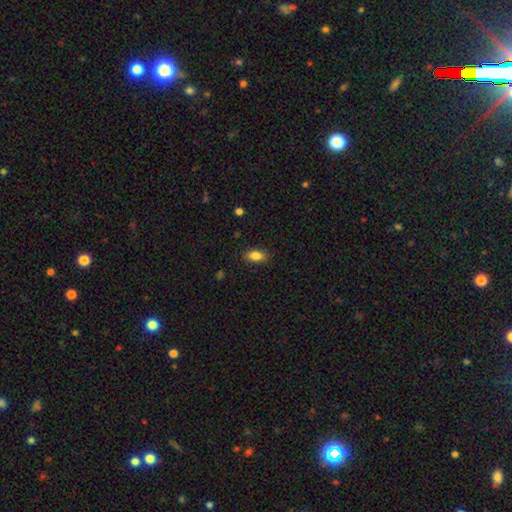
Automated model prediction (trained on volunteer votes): smooth-or-featured: smooth: 85% | star or artifact: 8% | featured or disk: 7%
  how-rounded: in between: 88% | cigar-shaped: 7% | round: 5%
  merging: none: 87% | minor disturbance: 10% | major disturbance: 2% | merger: 1%